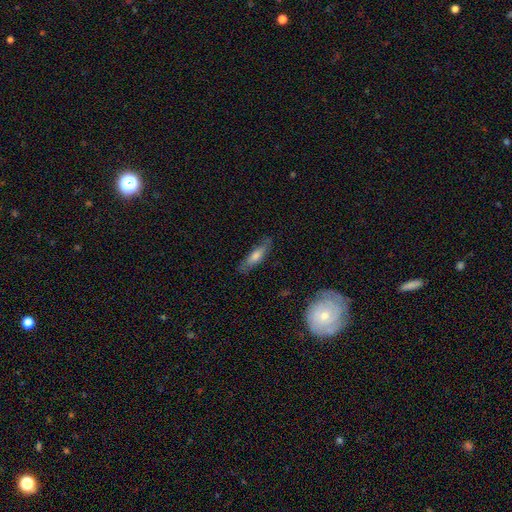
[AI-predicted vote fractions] Overall: smooth (52%; featured or disk 40%). How rounded: cigar-shaped (69%; in between 29%). Merging: none (80%).